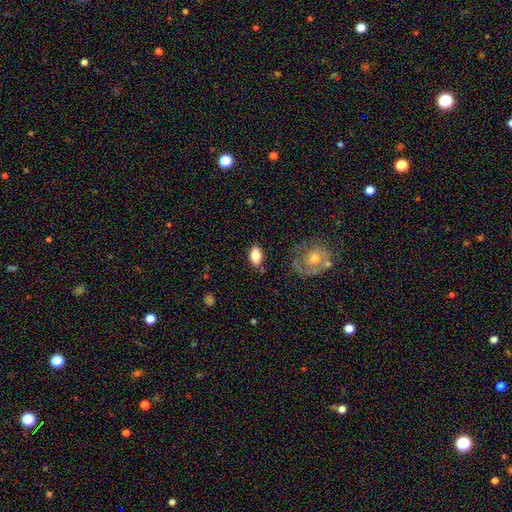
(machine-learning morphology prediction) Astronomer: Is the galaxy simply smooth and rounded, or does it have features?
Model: smooth — 80%.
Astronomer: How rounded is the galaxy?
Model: in between — 91%.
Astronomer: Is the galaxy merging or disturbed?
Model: none — 81%.